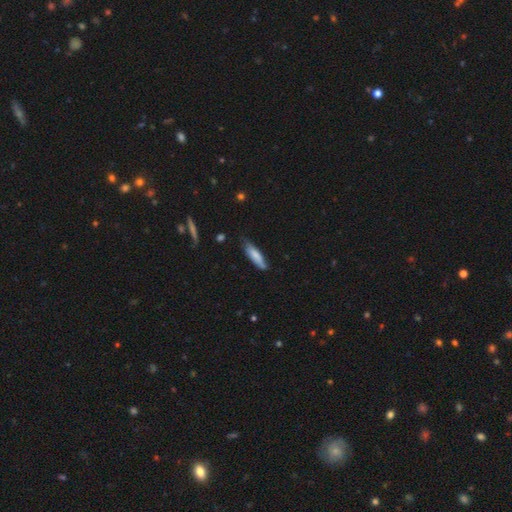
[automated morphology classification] A smooth galaxy with no disk features (76%) that is cigar-shaped (65%).

Vote fractions:
- Smooth or featured? smooth: 76% / featured or disk: 18% / star or artifact: 6%
- How rounded? cigar-shaped: 65% / in between: 33% / round: 1%
- Merging? none: 65% / minor disturbance: 28% / major disturbance: 4% / merger: 2%